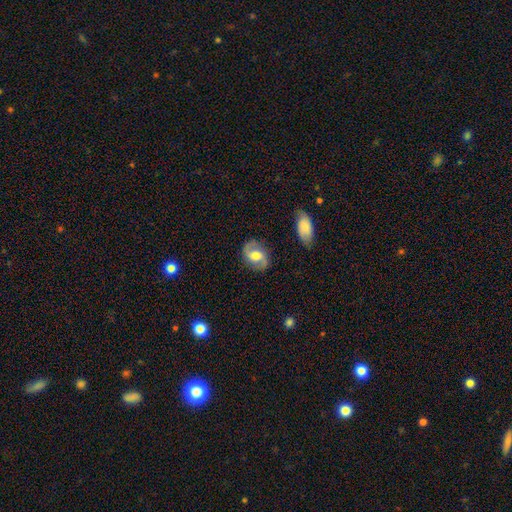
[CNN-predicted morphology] Smooth or featured? featured or disk (61%)
Edge-on disk? no (96%)
Bar? weak (43%)
Spiral arms? yes (86%)
Bulge size? moderate (71%)
Merging? none (81%)